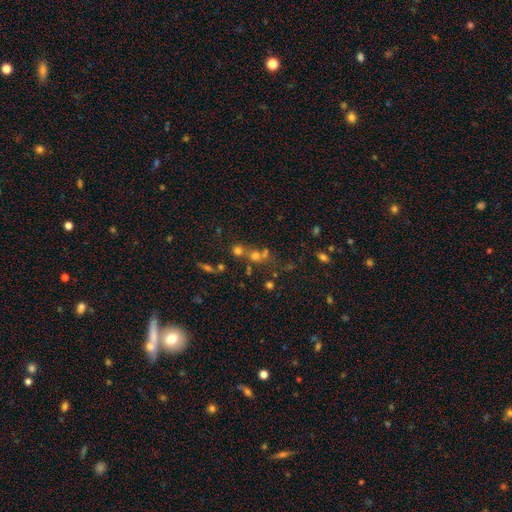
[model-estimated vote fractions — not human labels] Q: Smooth or featured?
A: star or artifact (40%); tied with: smooth (40%)